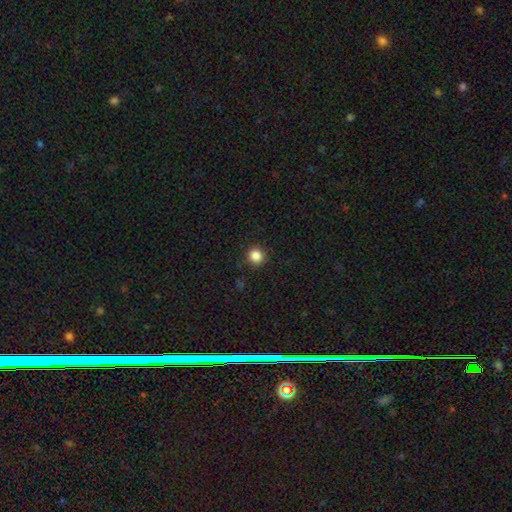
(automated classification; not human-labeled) Smooth or featured? smooth (86%)
How rounded? round (94%)
Merging? none (91%)